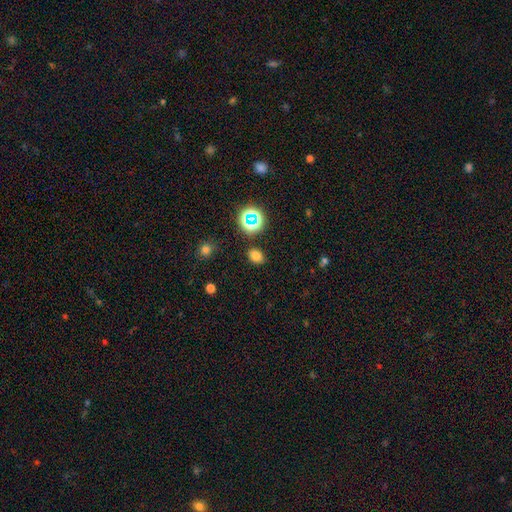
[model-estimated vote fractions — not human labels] Q: Smooth or featured?
A: smooth (75%); runner-up: star or artifact (20%)
Q: How rounded?
A: in between (60%); runner-up: round (39%)
Q: Merging?
A: none (85%); runner-up: minor disturbance (10%)